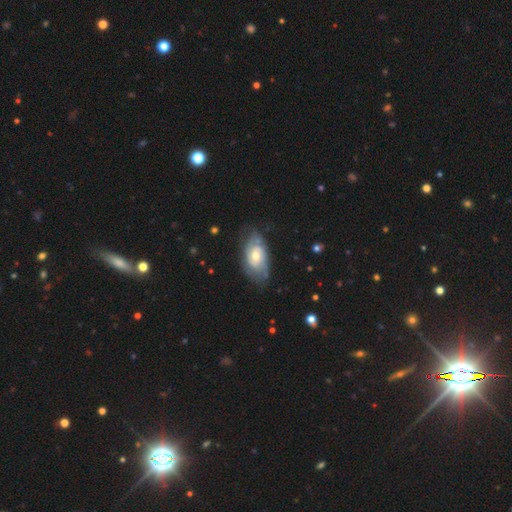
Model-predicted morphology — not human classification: Smooth or featured: featured or disk — 69% (smooth — 25%)
Edge-on disk: no — 94% (yes — 6%)
Bar: no — 63% (weak — 31%)
Spiral arms: yes — 84% (no — 16%)
Spiral winding: tight — 57% (medium — 32%)
Spiral arm count: can't tell — 42% (2 — 39%)
Bulge size: moderate — 64% (small — 28%)
Merging: none — 66% (minor disturbance — 24%)